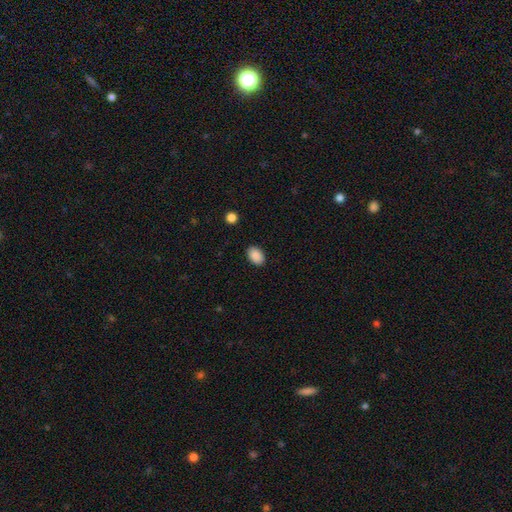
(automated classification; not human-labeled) Smooth or featured? Predicted: smooth (p=0.89). How rounded? Predicted: in between (p=0.87). Merging? Predicted: none (p=0.89).